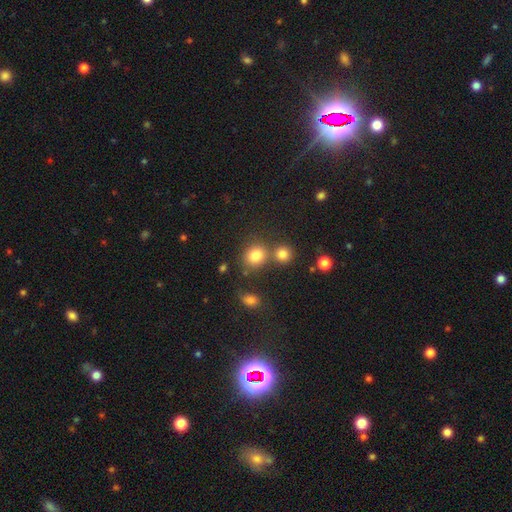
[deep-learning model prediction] smooth 80%, star or artifact 13%, featured or disk 7%. Down the decision tree: how rounded — round (73%); merging — none (62%).